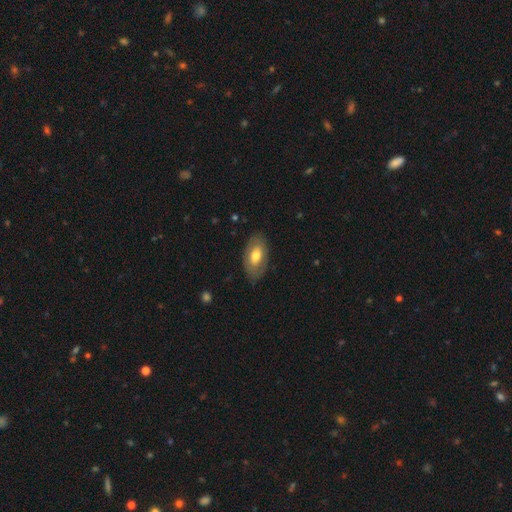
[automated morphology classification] Smooth or featured? Predicted: smooth (p=0.63). How rounded? Predicted: in between (p=0.93). Merging? Predicted: none (p=0.80).